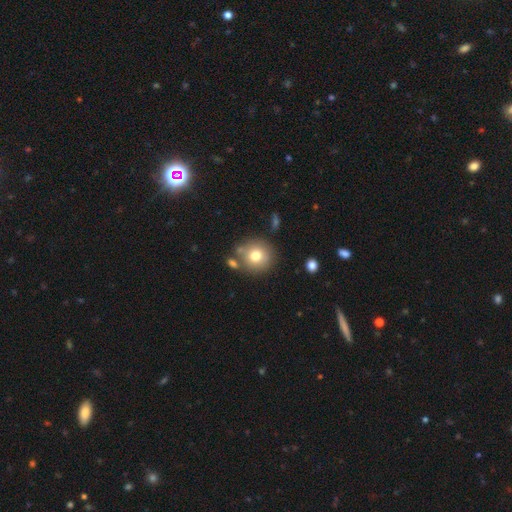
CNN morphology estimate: smooth_or_featured: smooth (p=0.74) [alt: featured or disk p=0.15]
how_rounded: round (p=0.91) [alt: in between p=0.08]
merging: none (p=0.75) [alt: minor disturbance p=0.11]